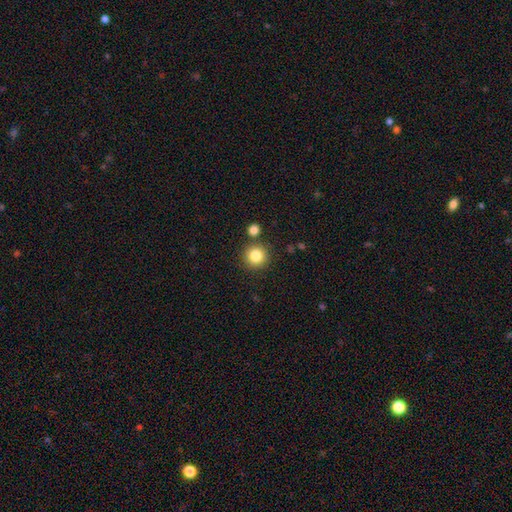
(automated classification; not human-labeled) Smooth or featured? smooth (84%)
How rounded? round (94%)
Merging? none (83%)